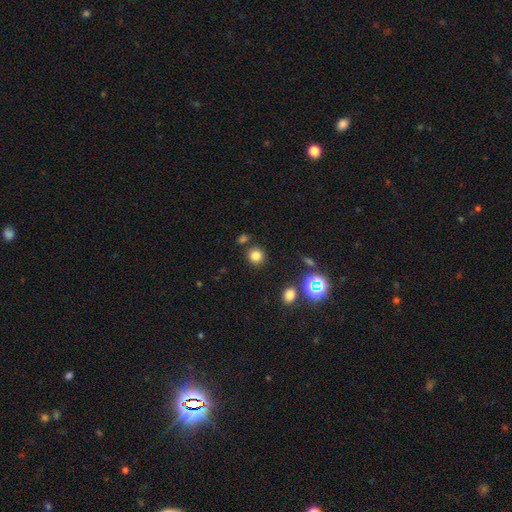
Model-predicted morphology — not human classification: This appears to be a smooth galaxy with no disk features (79%) that is round (91%). Merging: none (83%).